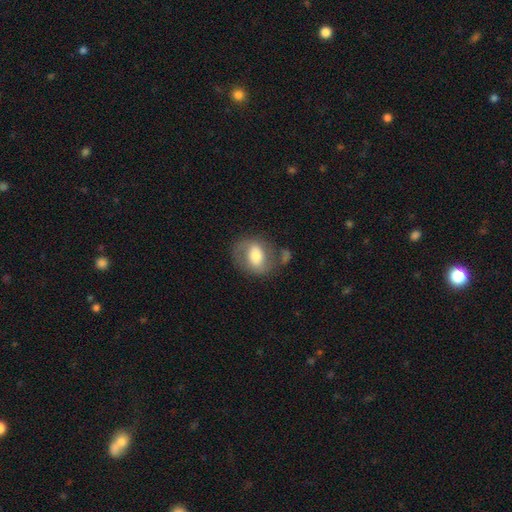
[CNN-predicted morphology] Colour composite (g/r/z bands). It shows a smooth galaxy with no disk features (52%) that is in between round and cigar-shaped (62%). Merging: none (58%).